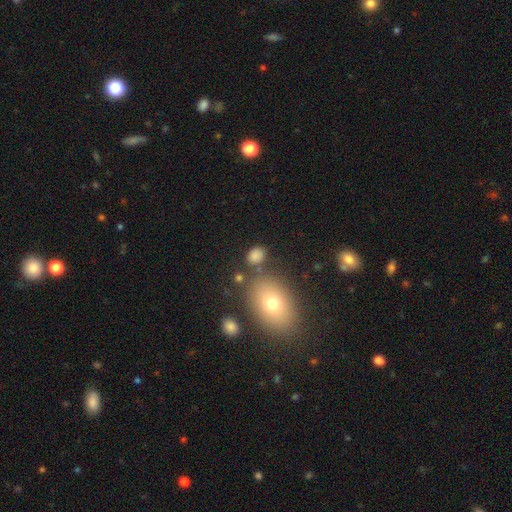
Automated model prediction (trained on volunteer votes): Morphology: type=smooth (80%); roundness=in between (58%); merging=none (71%).